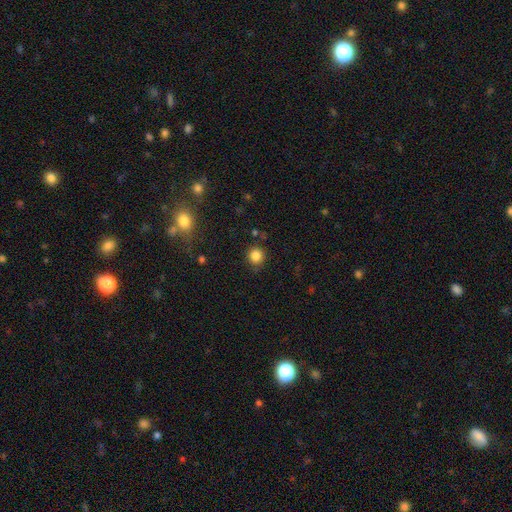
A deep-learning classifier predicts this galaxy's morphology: A smooth galaxy with no disk features (84%) that is round (92%). Merging: none (84%).